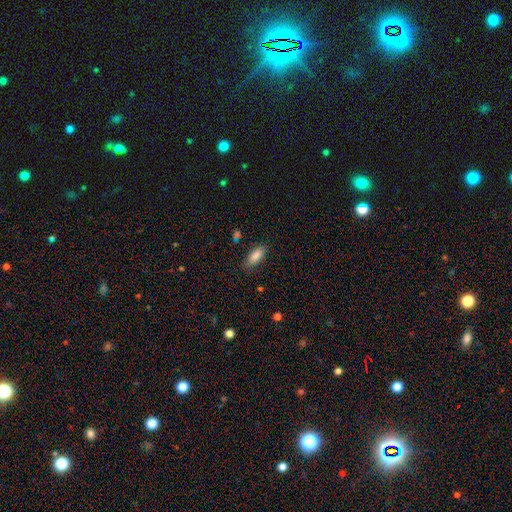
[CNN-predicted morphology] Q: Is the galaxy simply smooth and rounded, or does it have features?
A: smooth — 86%.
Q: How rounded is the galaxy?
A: in between — 81%.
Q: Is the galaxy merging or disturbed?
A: none — 85%.